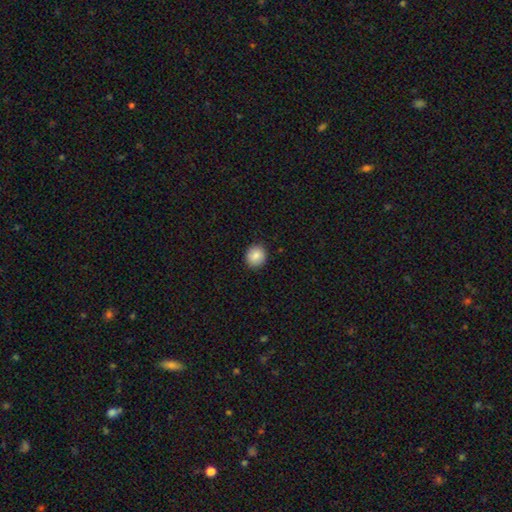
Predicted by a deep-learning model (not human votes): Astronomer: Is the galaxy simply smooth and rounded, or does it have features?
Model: smooth — 86%.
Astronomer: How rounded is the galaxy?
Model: round — 87%.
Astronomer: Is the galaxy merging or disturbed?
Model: none — 91%.